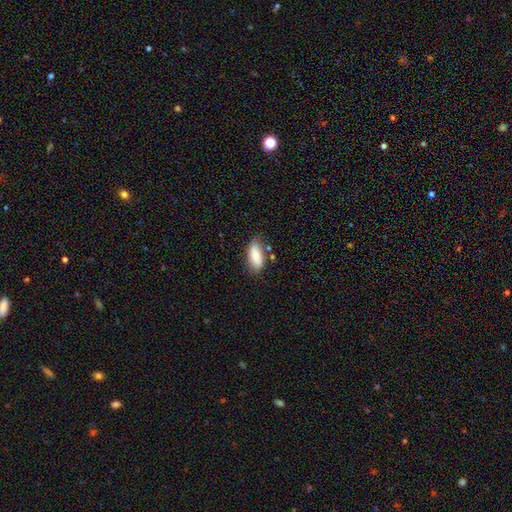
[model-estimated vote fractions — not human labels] smooth 81%, featured or disk 12%, star or artifact 7%. Down the decision tree: how rounded — in between (85%); merging — none (73%).